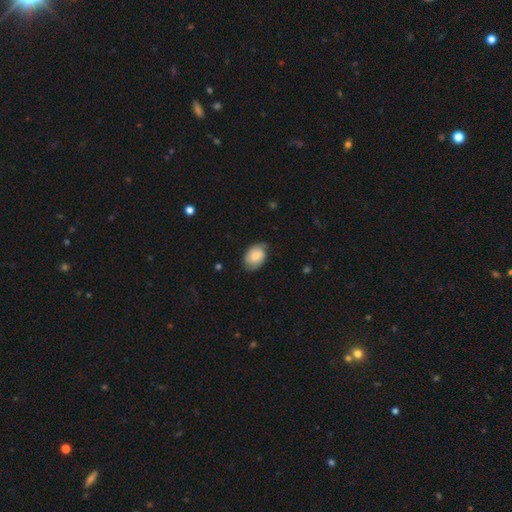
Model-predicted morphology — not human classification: This is likely a smooth galaxy (72%). How rounded: likely in between (79%). Merging: likely none (68%).